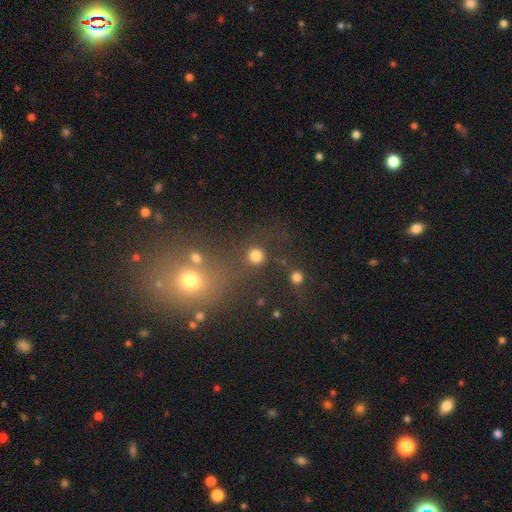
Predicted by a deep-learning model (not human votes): smooth-or-featured: smooth: 81% | star or artifact: 14% | featured or disk: 5%
  how-rounded: round: 93% | in between: 6% | cigar-shaped: 1%
  merging: none: 81% | merger: 7% | minor disturbance: 7% | major disturbance: 5%